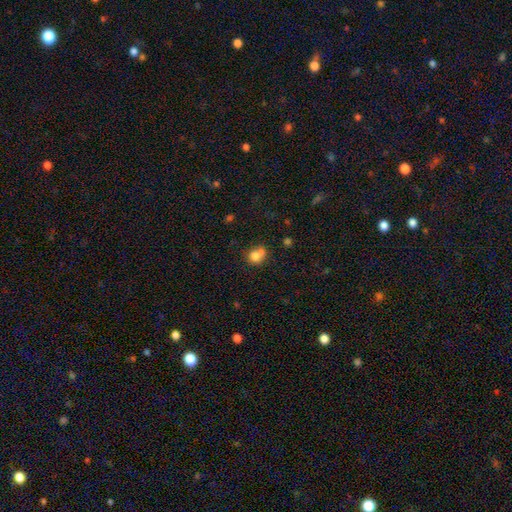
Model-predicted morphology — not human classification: type=smooth (78%); roundness=round (69%); merging=merger (39%).